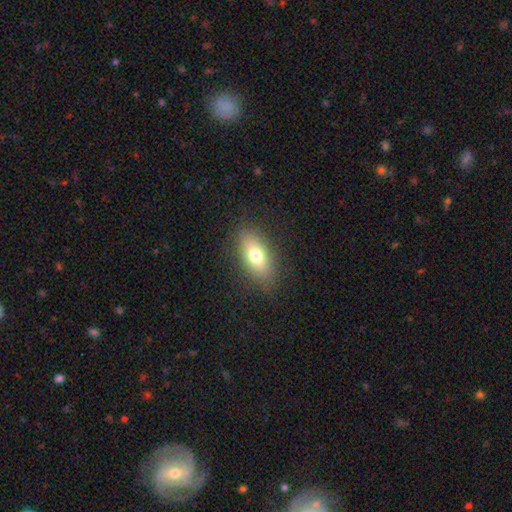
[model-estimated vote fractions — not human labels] Smooth or featured? Predicted: smooth (p=0.73). How rounded? Predicted: in between (p=0.83). Merging? Predicted: none (p=0.85).